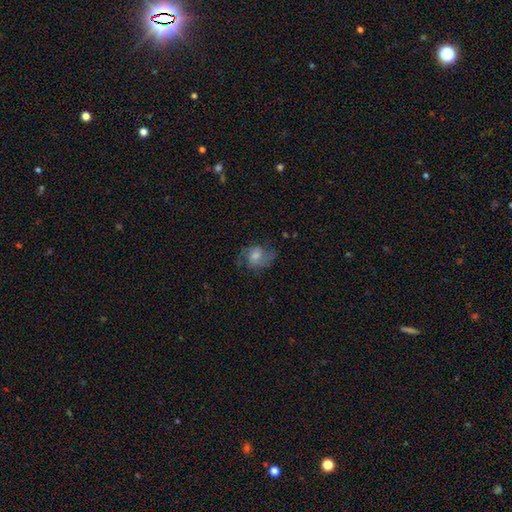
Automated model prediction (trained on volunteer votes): Smooth or featured?
  - featured or disk: 56% *
  - smooth: 35%
  - star or artifact: 9%
Edge-on disk?
  - no: 97% *
  - yes: 3%
Bar?
  - no: 51% *
  - weak: 41%
  - strong: 8%
Spiral arms?
  - yes: 86% *
  - no: 14%
Bulge size?
  - moderate: 43% *
  - small: 28%
  - large: 15%
  - none: 13%
  - dominant: 2%
Merging?
  - none: 60% *
  - minor disturbance: 22%
  - major disturbance: 16%
  - merger: 1%